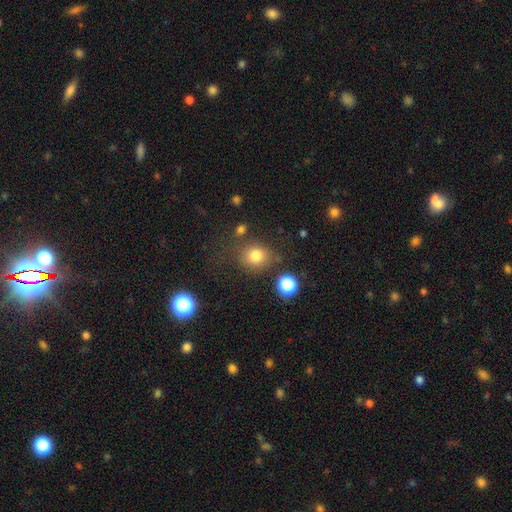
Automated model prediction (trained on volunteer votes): smooth_or_featured: smooth (p=0.78) [alt: star or artifact p=0.15]
how_rounded: round (p=0.77) [alt: in between p=0.21]
merging: none (p=0.72) [alt: minor disturbance p=0.14]